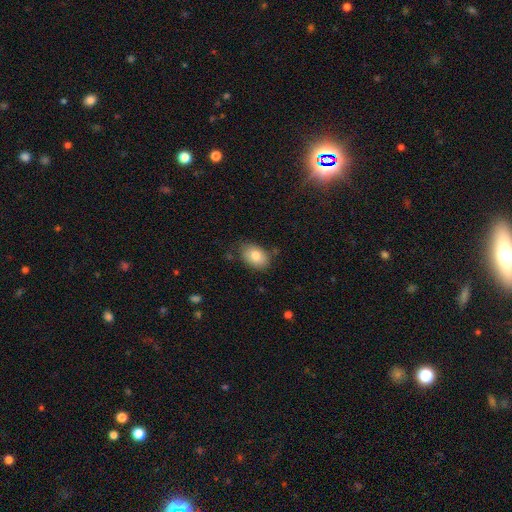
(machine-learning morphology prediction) The model was most divided on "merging": none: 74%, minor disturbance: 19%, major disturbance: 4%, merger: 2%. More confident: how rounded — in between (83%); smooth or featured — smooth (81%).